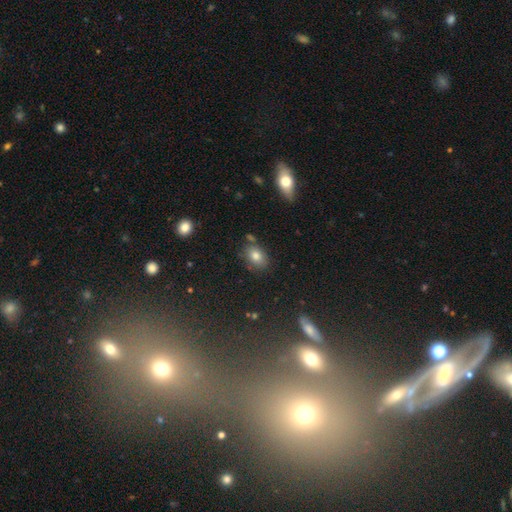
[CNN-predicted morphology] Smooth or featured? smooth (79%)
How rounded? in between (72%)
Merging? none (75%)